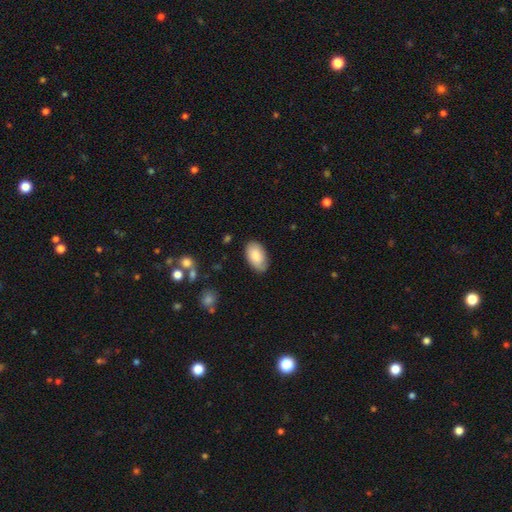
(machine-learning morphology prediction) smooth_or_featured: smooth (p=0.83) [alt: featured or disk p=0.11]
how_rounded: in between (p=0.94) [alt: round p=0.04]
merging: none (p=0.79) [alt: minor disturbance p=0.17]